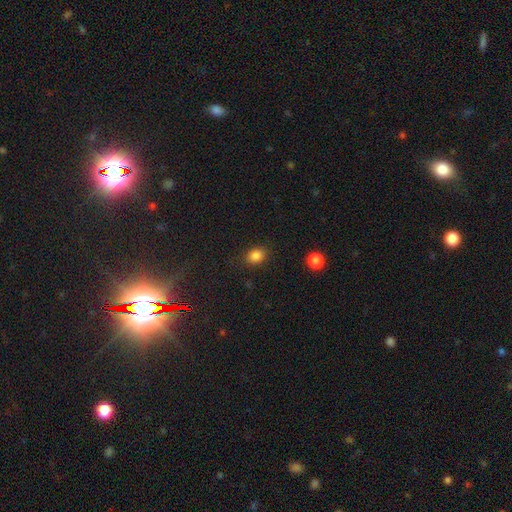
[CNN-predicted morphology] Smooth or featured? Predicted: smooth (p=0.84). How rounded? Predicted: in between (p=0.51). Merging? Predicted: none (p=0.85).